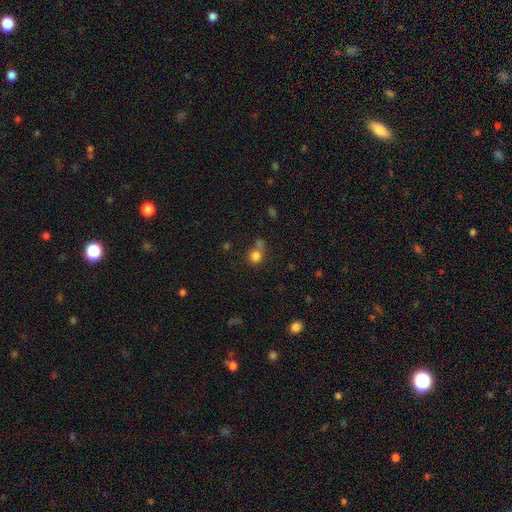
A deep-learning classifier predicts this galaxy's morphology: Smooth or featured? smooth (80%)
How rounded? round (74%)
Merging? none (47%)